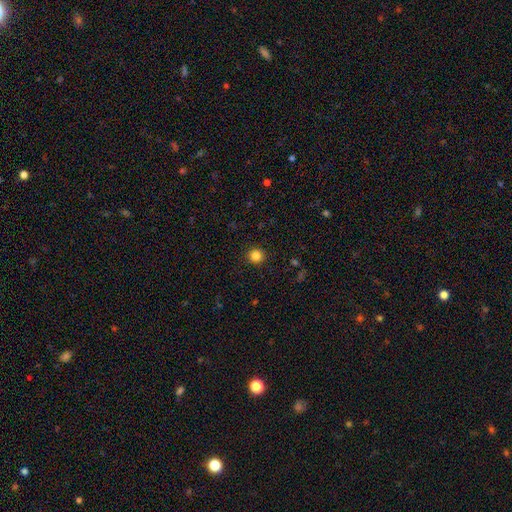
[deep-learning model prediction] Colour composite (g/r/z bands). It shows a smooth galaxy with no disk features (84%) that is round (94%). Merging: none (92%).